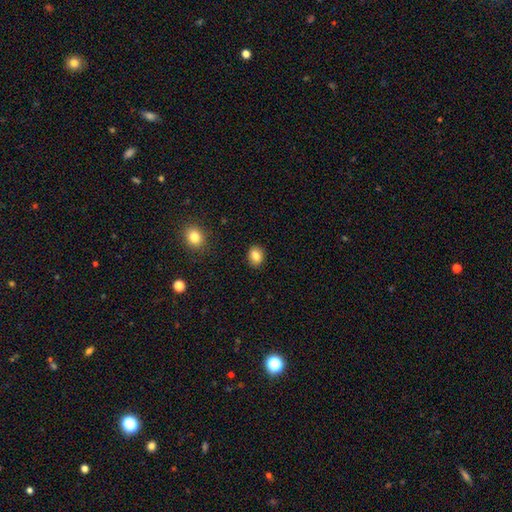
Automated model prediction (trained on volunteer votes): The model was most divided on "how rounded": in between: 50%, round: 49%, cigar-shaped: 1%. More confident: merging — none (89%); smooth or featured — smooth (82%).